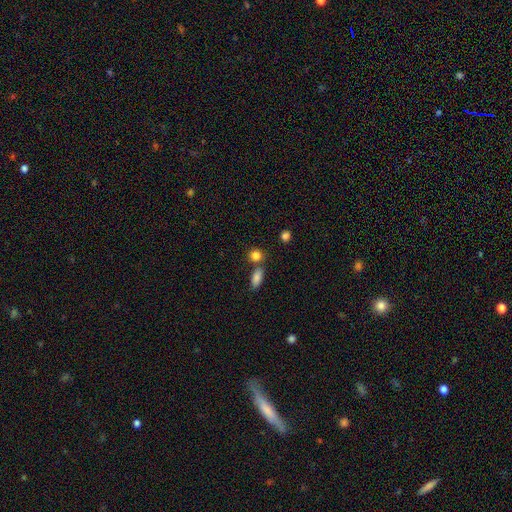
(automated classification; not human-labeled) smooth 84%, star or artifact 10%, featured or disk 6%. Down the decision tree: how rounded — round (63%); merging — none (59%).